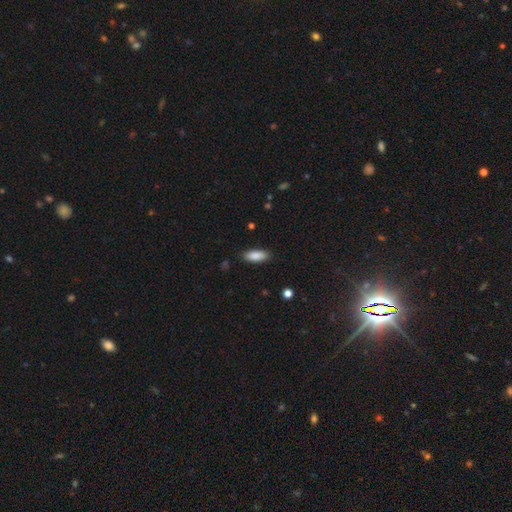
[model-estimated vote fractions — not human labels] Overall: smooth (88%). How rounded: in between (80%). Merging: none (86%).